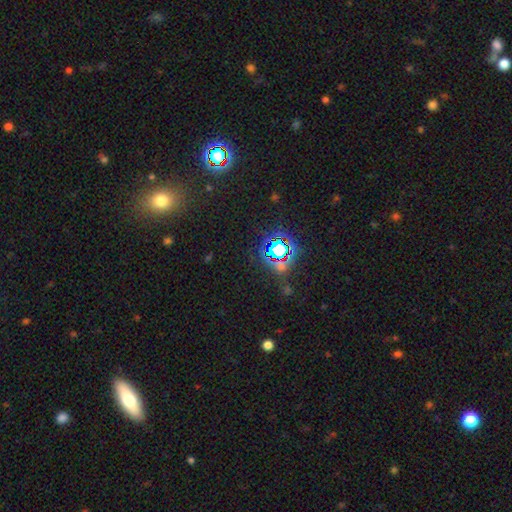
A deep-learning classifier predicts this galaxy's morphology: This is likely a star or artifact rather than a galaxy (61%).